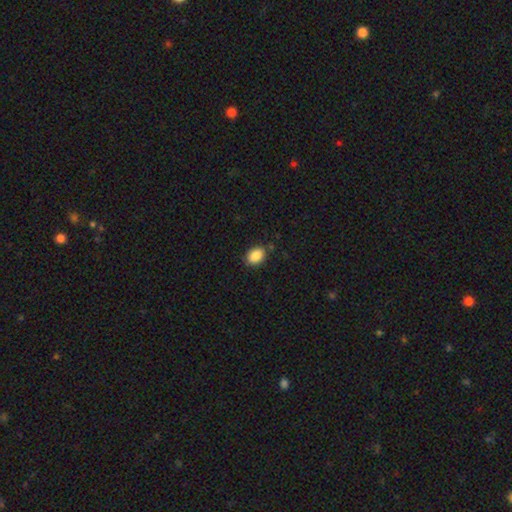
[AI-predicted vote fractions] This is clearly a smooth galaxy (88%). How rounded: likely in between (77%). Merging: clearly none (84%).